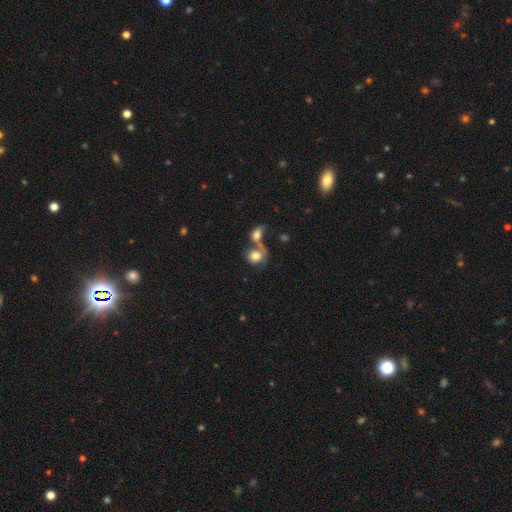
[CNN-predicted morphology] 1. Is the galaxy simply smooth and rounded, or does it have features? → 73% smooth, 19% featured or disk, 8% star or artifact.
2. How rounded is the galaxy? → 60% round, 39% in between, 1% cigar-shaped.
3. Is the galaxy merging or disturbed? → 58% merger, 24% none, 9% minor disturbance, 8% major disturbance.